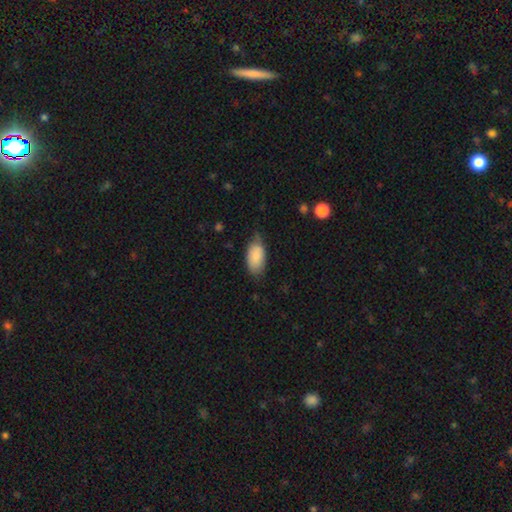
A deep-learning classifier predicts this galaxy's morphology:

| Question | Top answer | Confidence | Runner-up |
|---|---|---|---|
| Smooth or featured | smooth | 86% | featured or disk (8%) |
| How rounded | in between | 94% | cigar-shaped (3%) |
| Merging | none | 58% | minor disturbance (34%) |